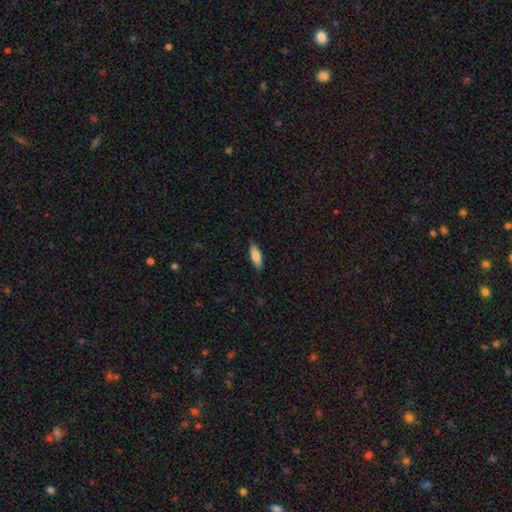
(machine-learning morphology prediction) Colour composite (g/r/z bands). It shows a smooth galaxy with no disk features (82%) that is in between round and cigar-shaped (61%). Merging: none (88%).